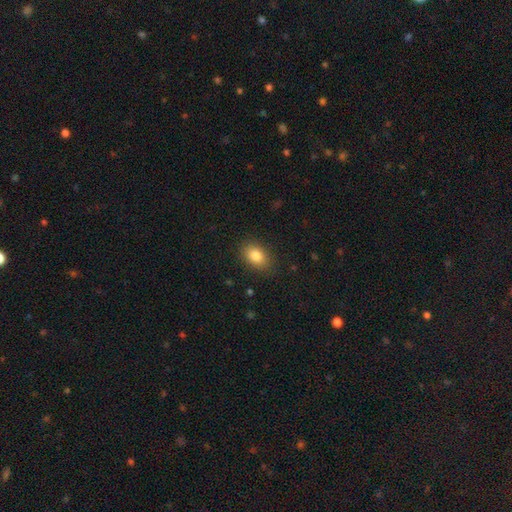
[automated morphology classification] Smooth or featured? Predicted: smooth (p=0.84). How rounded? Predicted: in between (p=0.81). Merging? Predicted: none (p=0.86).